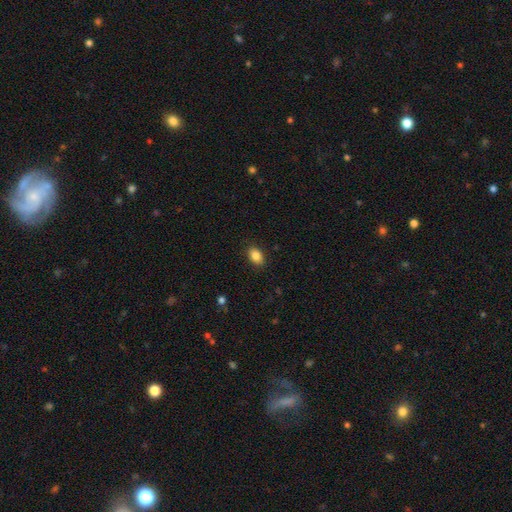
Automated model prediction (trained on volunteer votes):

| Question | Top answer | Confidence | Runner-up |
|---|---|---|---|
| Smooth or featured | smooth | 86% | star or artifact (9%) |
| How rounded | in between | 83% | round (16%) |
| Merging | none | 88% | minor disturbance (9%) |